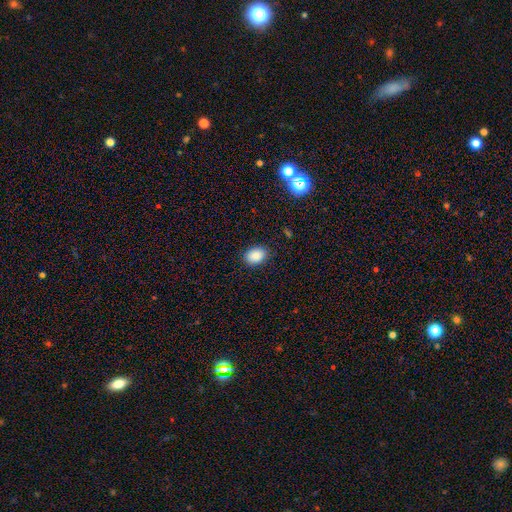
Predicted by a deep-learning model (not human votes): smooth_or_featured: smooth (p=0.87) [alt: star or artifact p=0.09]
how_rounded: in between (p=0.65) [alt: round p=0.34]
merging: none (p=0.87) [alt: minor disturbance p=0.09]